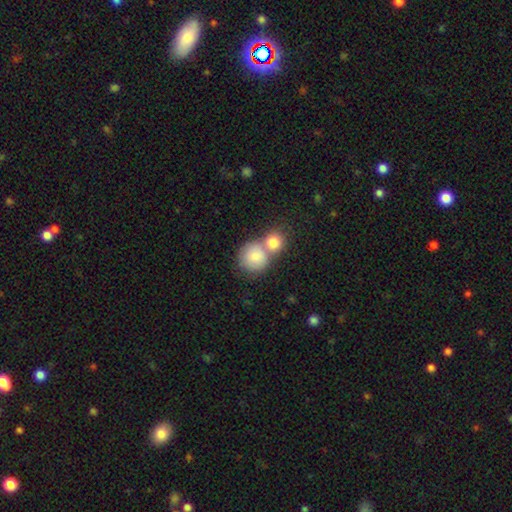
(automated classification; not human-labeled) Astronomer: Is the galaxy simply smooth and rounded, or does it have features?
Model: smooth — 78%.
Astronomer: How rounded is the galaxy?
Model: round — 87%.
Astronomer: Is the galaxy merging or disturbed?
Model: merger — 50% (runner-up: none, 39%).